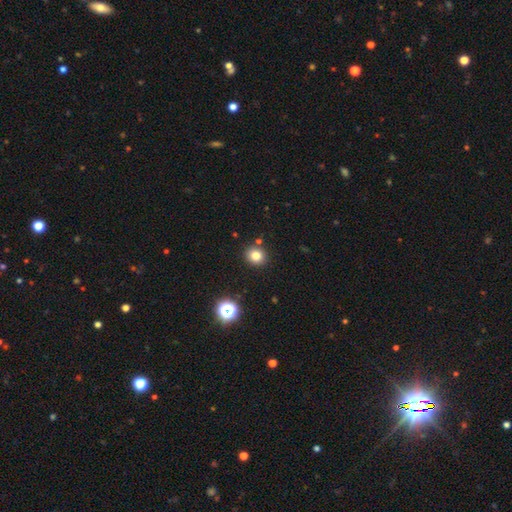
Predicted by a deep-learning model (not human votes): Smooth or featured: smooth — 80% (star or artifact — 14%)
How rounded: round — 79% (in between — 20%)
Merging: none — 86% (minor disturbance — 7%)